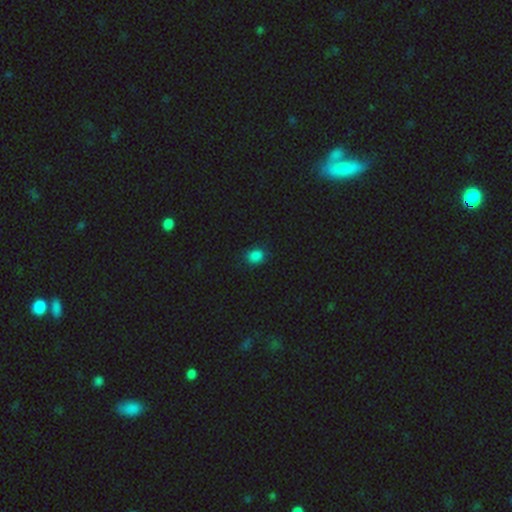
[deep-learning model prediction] A smooth galaxy with no disk features (82%) that is round (53%). Merging: none (83%).